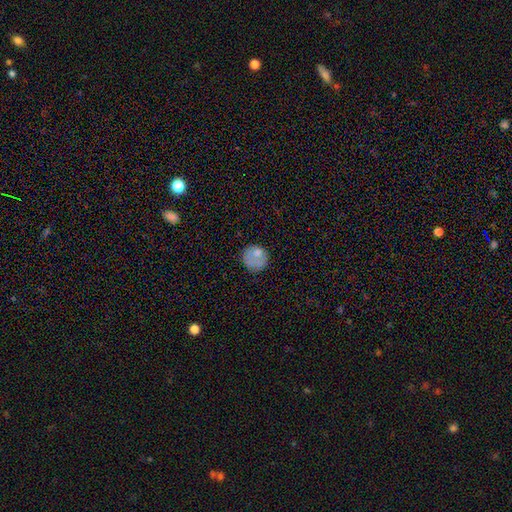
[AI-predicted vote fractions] This appears to be a smooth galaxy with no disk features (73%) that is round (84%). Merging: none (64%).